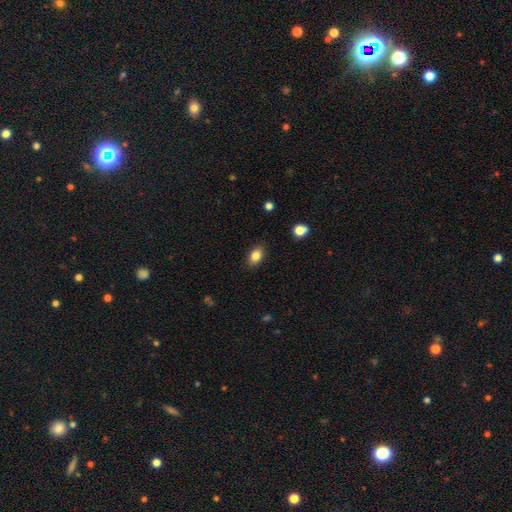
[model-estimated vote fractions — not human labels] smooth 83%, star or artifact 9%, featured or disk 8%. Down the decision tree: how rounded — in between (82%); merging — none (86%).